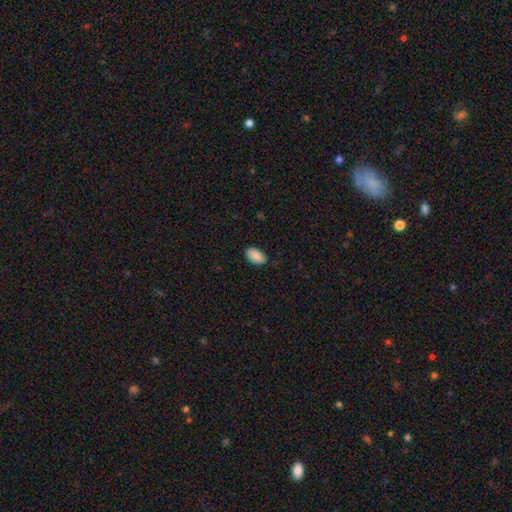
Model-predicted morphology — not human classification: This is clearly a smooth galaxy (88%). How rounded: clearly in between (94%). Merging: likely none (77%).